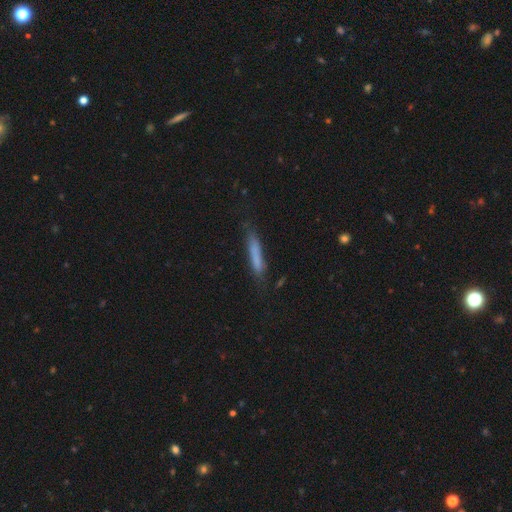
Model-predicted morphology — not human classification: Smooth or featured: smooth — 71% (featured or disk — 21%)
How rounded: cigar-shaped — 92% (in between — 7%)
Merging: none — 72% (minor disturbance — 20%)